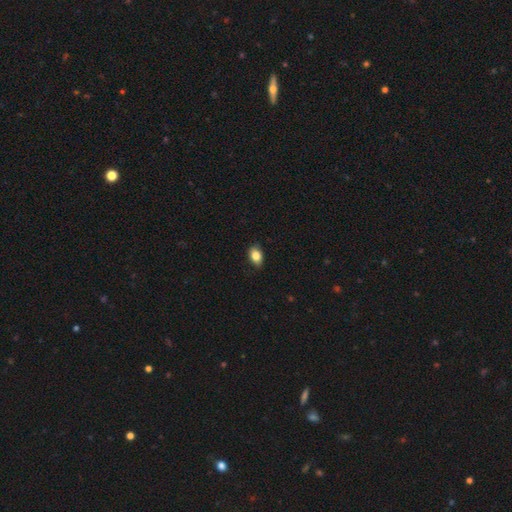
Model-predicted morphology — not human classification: A smooth galaxy with no disk features (84%) that is in between round and cigar-shaped (84%). Merging: none (82%).